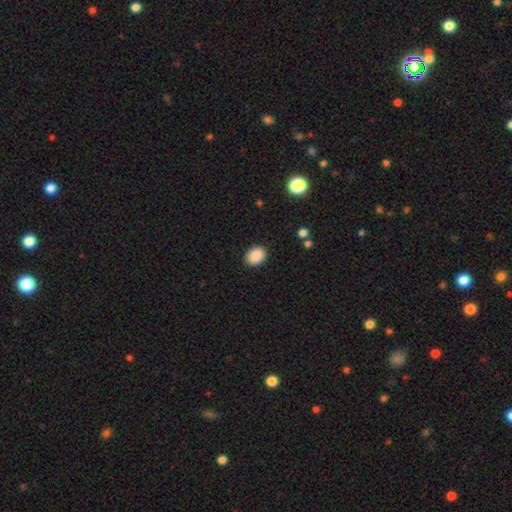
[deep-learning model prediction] smooth 89%, star or artifact 8%, featured or disk 3%. Down the decision tree: how rounded — in between (62%); merging — none (90%).